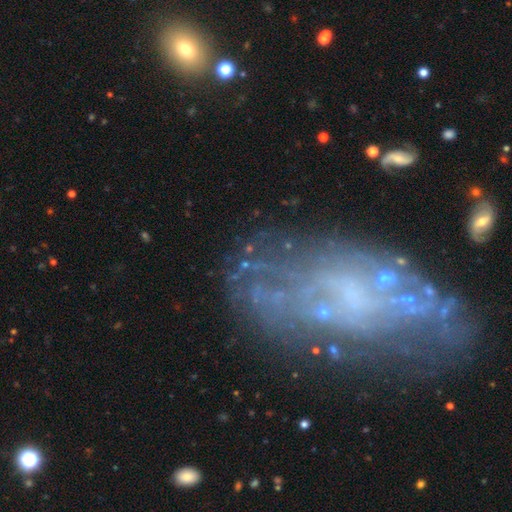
Smooth or featured? featured or disk (64%)
Edge-on disk? no (88%)
Bar? no (55%)
Spiral arms? no (55%)
Bulge size? small (50%)
Merging? none (58%)